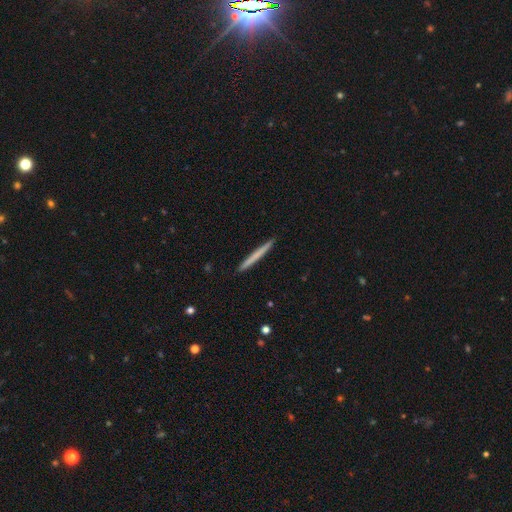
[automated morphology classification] Smooth or featured?
  - smooth: 61% *
  - featured or disk: 33%
  - star or artifact: 5%
How rounded?
  - cigar-shaped: 97% *
  - in between: 2%
  - round: 1%
Merging?
  - none: 93% *
  - minor disturbance: 5%
  - major disturbance: 1%
  - merger: 1%